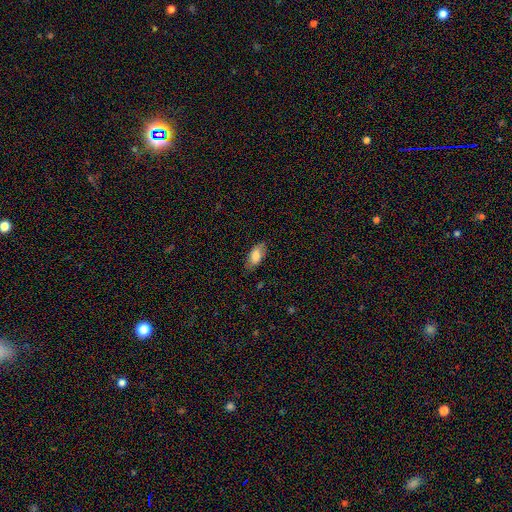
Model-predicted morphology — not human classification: Smooth or featured: smooth — 80% (featured or disk — 13%)
How rounded: in between — 90% (cigar-shaped — 7%)
Merging: none — 77% (minor disturbance — 18%)